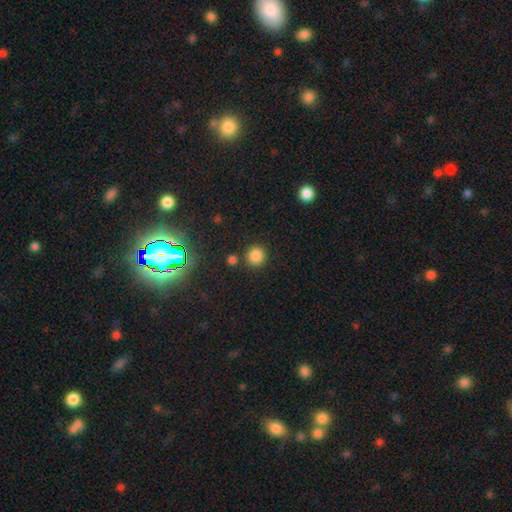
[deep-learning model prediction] Smooth or featured: smooth — 82% (star or artifact — 13%)
How rounded: round — 90% (in between — 9%)
Merging: none — 83% (minor disturbance — 8%)